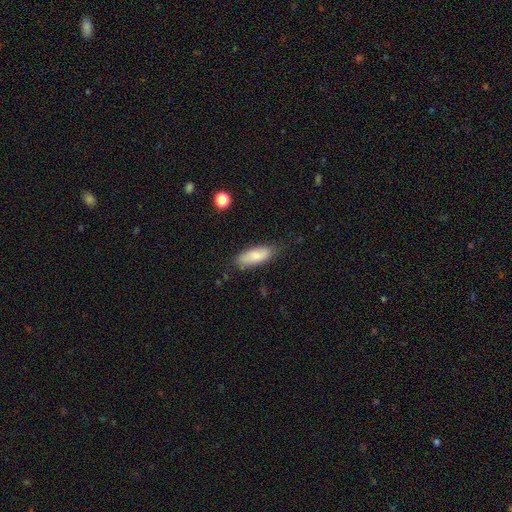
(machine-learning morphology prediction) This appears to be a smooth galaxy with no disk features (80%) that is in between round and cigar-shaped (76%). Merging: none (76%).